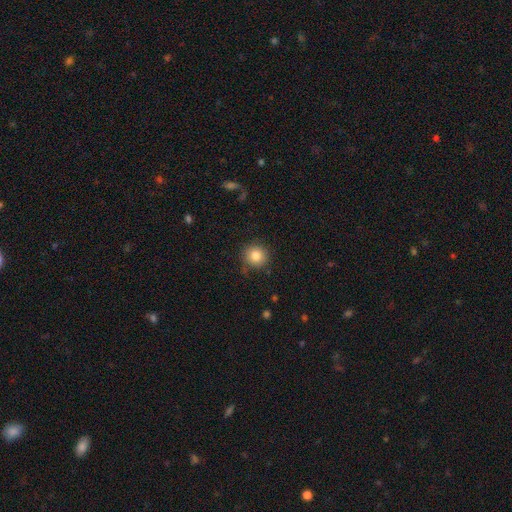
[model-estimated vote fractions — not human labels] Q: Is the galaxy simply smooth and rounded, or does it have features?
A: smooth — 83%.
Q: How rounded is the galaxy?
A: round — 93%.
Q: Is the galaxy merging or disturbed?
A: none — 85%.